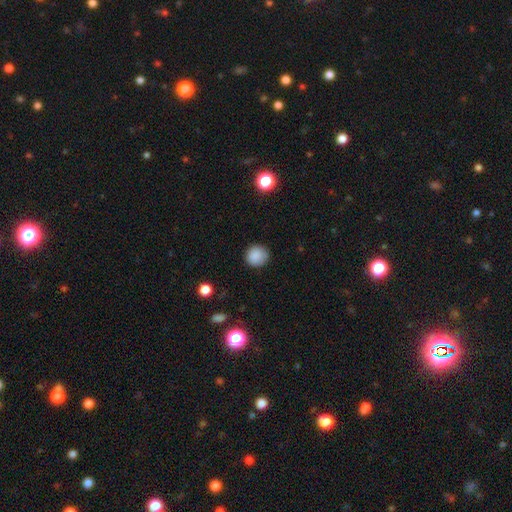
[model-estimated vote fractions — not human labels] smooth_or_featured: smooth (p=0.87) [alt: star or artifact p=0.10]
how_rounded: round (p=0.90) [alt: in between p=0.09]
merging: none (p=0.87) [alt: minor disturbance p=0.10]